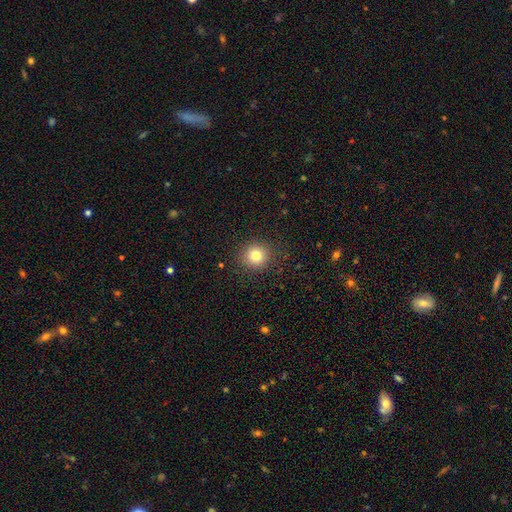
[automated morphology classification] smooth_or_featured: smooth (p=0.80) [alt: star or artifact p=0.12]
how_rounded: round (p=0.91) [alt: in between p=0.08]
merging: none (p=0.89) [alt: minor disturbance p=0.07]